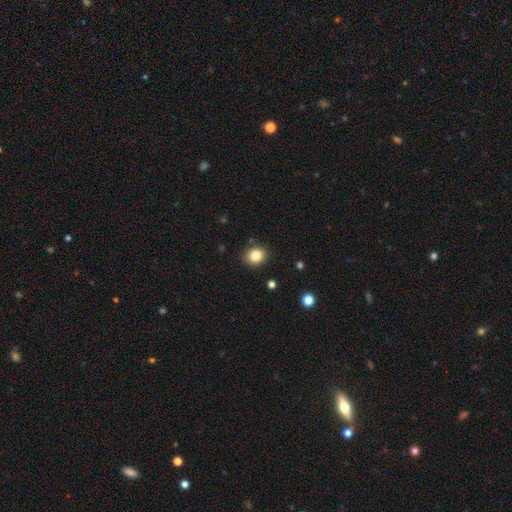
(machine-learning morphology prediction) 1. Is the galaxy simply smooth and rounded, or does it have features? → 85% smooth, 10% star or artifact, 5% featured or disk.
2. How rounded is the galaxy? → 73% round, 26% in between, 1% cigar-shaped.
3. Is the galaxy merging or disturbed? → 88% none, 8% minor disturbance, 2% major disturbance, 2% merger.